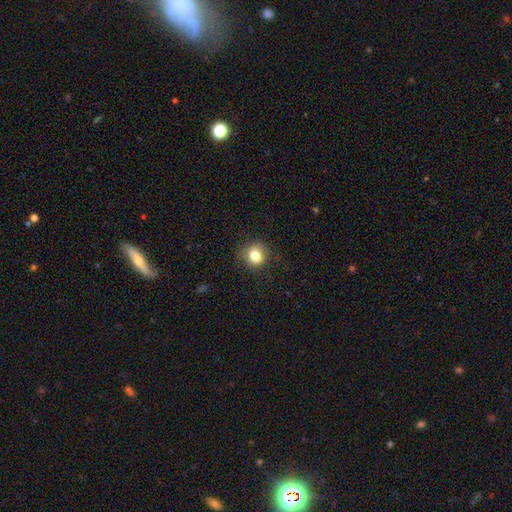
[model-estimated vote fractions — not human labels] This appears to be a smooth galaxy with no disk features (82%) that is round (82%). Merging: none (84%).